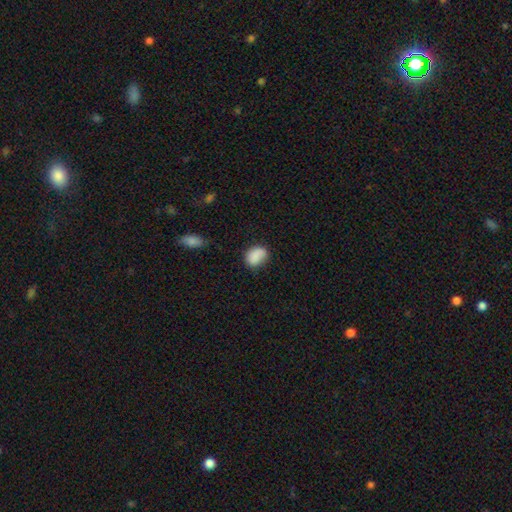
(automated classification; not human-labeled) Smooth or featured? smooth (84%)
How rounded? in between (71%)
Merging? none (63%)